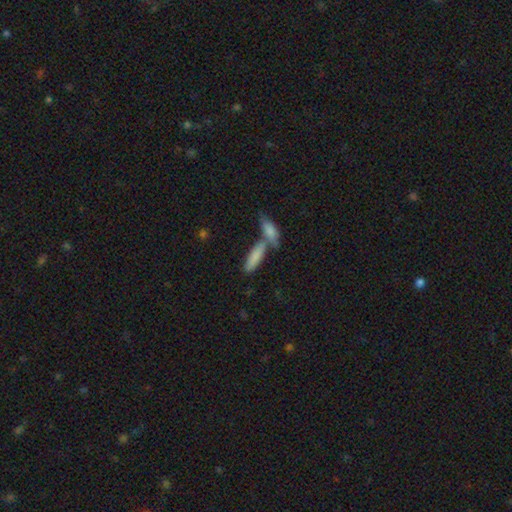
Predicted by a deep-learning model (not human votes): Smooth or featured? Predicted: smooth (p=0.79). How rounded? Predicted: cigar-shaped (p=0.53). Merging? Predicted: merger (p=0.44).